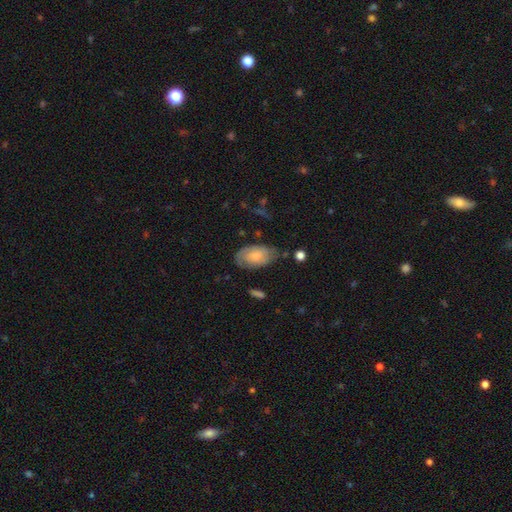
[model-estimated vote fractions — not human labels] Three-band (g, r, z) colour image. It shows a smooth galaxy with no disk features (62%) that is in between round and cigar-shaped (93%). Merging: none (60%).